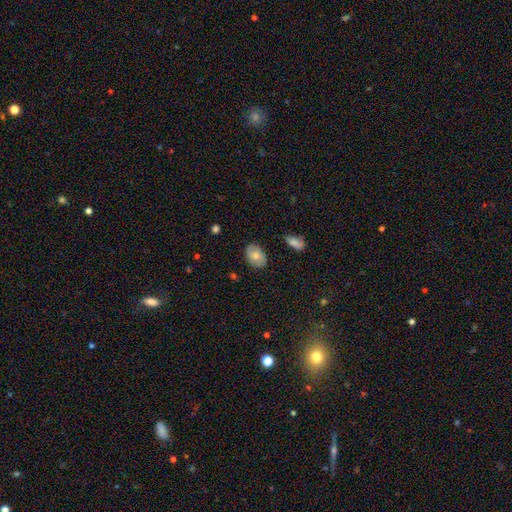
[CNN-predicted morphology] A smooth galaxy with no disk features (73%) that is in between round and cigar-shaped (84%).

Vote fractions:
- Smooth or featured? smooth: 73% / featured or disk: 20% / star or artifact: 7%
- How rounded? in between: 84% / round: 15% / cigar-shaped: 1%
- Merging? none: 82% / minor disturbance: 14% / major disturbance: 3% / merger: 1%